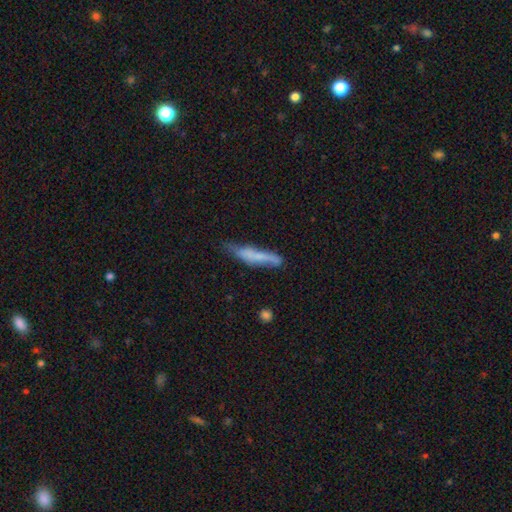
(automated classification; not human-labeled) smooth 57%, featured or disk 35%, star or artifact 7%. Down the decision tree: how rounded — cigar-shaped (87%); merging — none (52%).